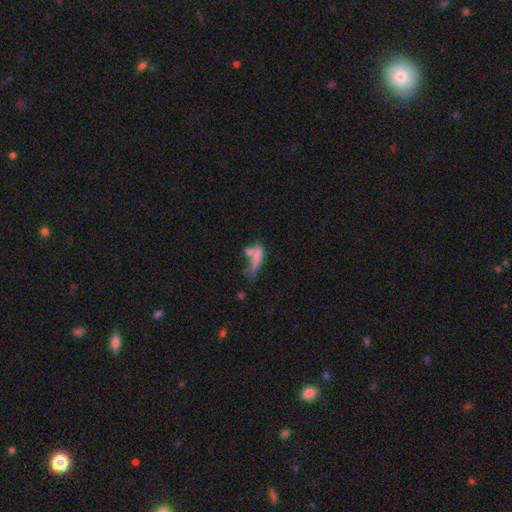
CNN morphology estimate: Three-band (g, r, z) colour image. It shows a smooth galaxy with no disk features (65%) that is cigar-shaped (61%). Merging: merger (38%).